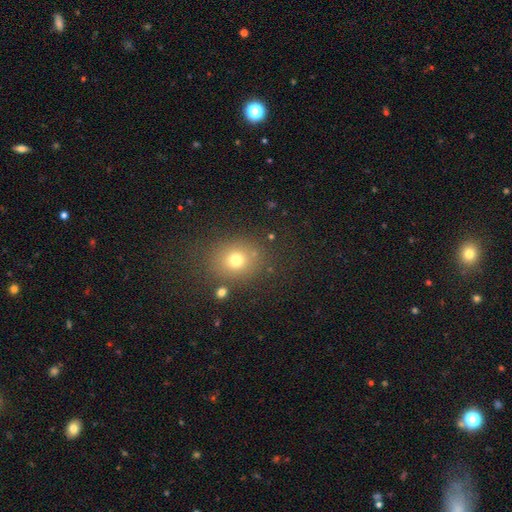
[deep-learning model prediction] A smooth galaxy with no disk features (62%) that is round (59%). Merging: none (86%).